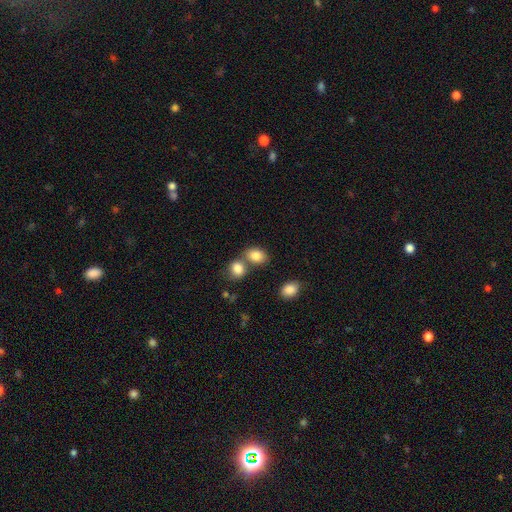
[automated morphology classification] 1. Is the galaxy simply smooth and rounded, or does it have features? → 84% smooth, 9% star or artifact, 7% featured or disk.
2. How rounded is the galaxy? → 67% in between, 32% round, 1% cigar-shaped.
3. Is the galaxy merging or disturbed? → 51% none, 35% merger, 10% minor disturbance, 3% major disturbance.